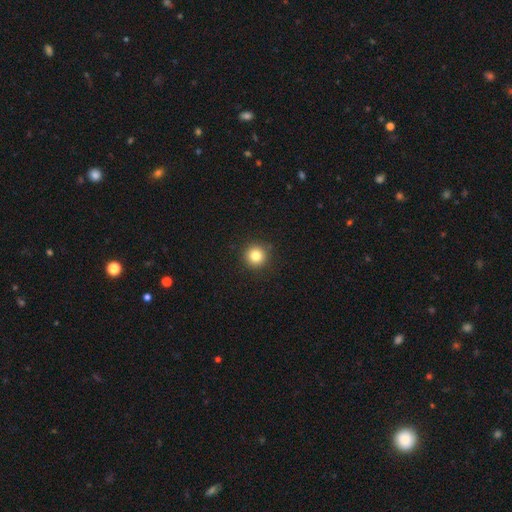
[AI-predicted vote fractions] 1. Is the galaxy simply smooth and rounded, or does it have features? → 82% smooth, 11% star or artifact, 6% featured or disk.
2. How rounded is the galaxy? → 95% round, 4% in between, 1% cigar-shaped.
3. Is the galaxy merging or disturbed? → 92% none, 5% minor disturbance, 2% major disturbance, 1% merger.